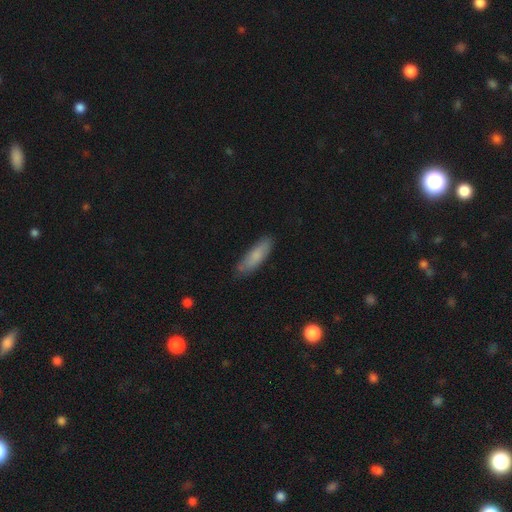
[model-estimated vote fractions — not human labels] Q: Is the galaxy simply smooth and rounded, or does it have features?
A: smooth — 79%.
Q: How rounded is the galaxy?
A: cigar-shaped — 56%.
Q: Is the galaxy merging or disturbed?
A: none — 78%.